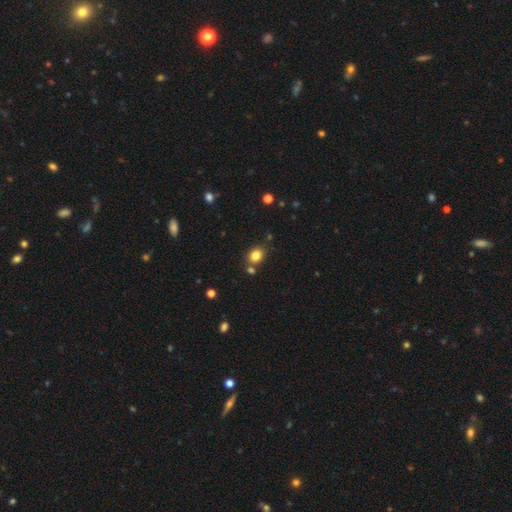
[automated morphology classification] The model was most divided on "how rounded": round: 62%, in between: 37%, cigar-shaped: 1%. More confident: smooth or featured — smooth (82%); merging — none (75%).